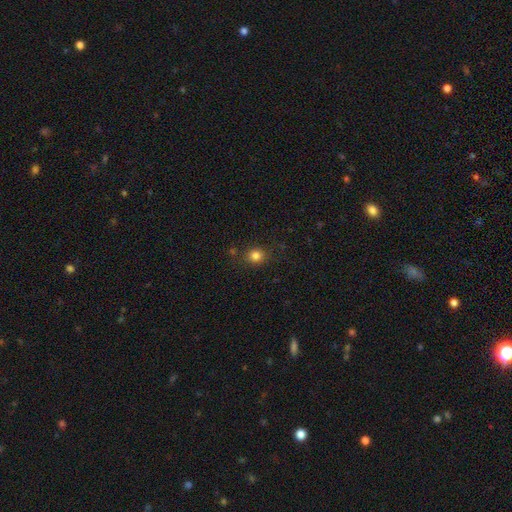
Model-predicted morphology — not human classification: Smooth or featured: smooth — 81% (star or artifact — 13%)
How rounded: round — 78% (in between — 21%)
Merging: none — 83% (minor disturbance — 11%)